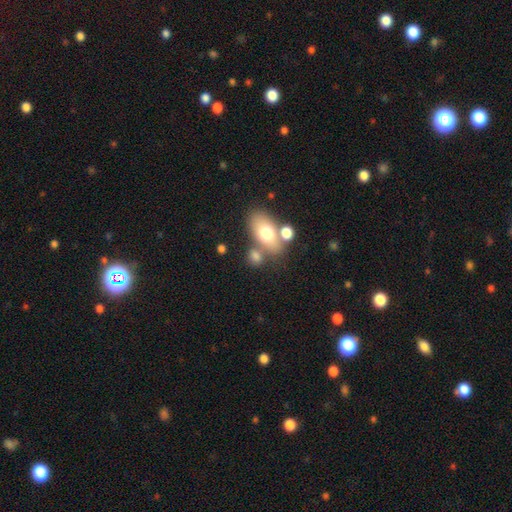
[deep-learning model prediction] smooth 71%, featured or disk 20%, star or artifact 10%. Down the decision tree: how rounded — in between (76%); merging — none (53%).